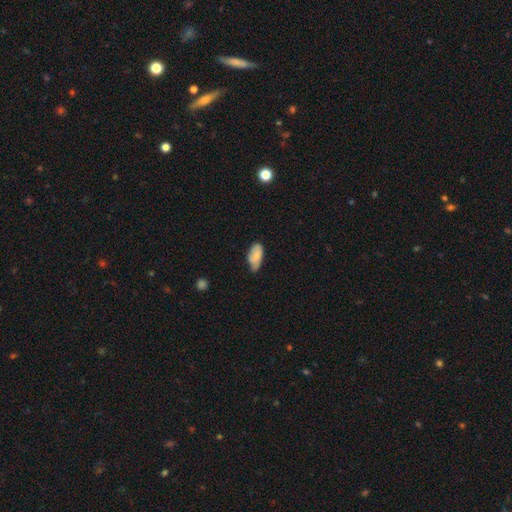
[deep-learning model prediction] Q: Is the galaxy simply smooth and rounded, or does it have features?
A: smooth — 74%.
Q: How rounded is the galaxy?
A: in between — 92%.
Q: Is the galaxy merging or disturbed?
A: none — 47%.